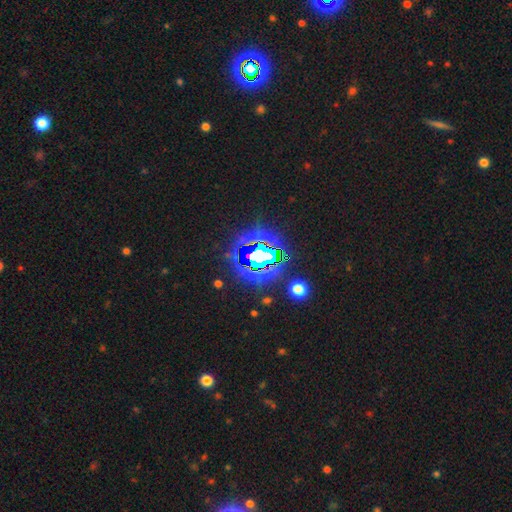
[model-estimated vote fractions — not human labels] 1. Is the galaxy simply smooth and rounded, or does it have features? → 75% star or artifact, 13% smooth, 12% featured or disk.